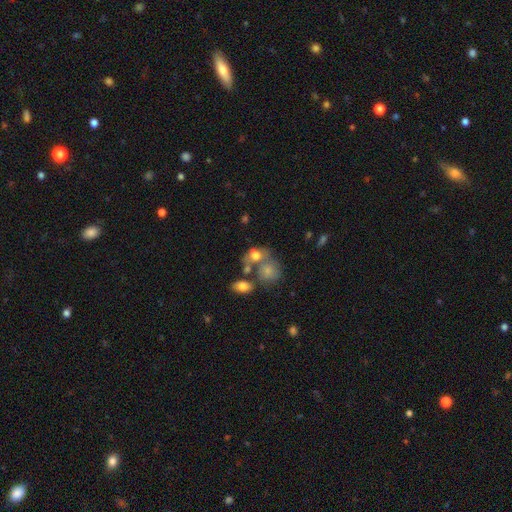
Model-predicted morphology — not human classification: Smooth or featured?
  - smooth: 66% *
  - featured or disk: 21%
  - star or artifact: 12%
How rounded?
  - in between: 54% *
  - round: 45%
  - cigar-shaped: 2%
Merging?
  - merger: 46% *
  - none: 29%
  - minor disturbance: 13%
  - major disturbance: 11%